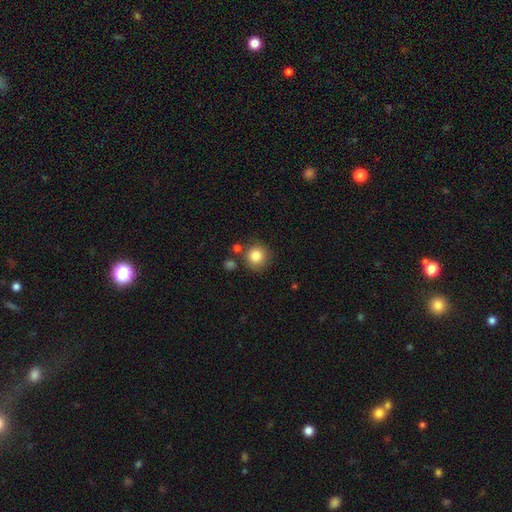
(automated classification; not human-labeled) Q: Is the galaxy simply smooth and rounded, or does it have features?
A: smooth — 84%.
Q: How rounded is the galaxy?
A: round — 92%.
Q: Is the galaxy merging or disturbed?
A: none — 79%.